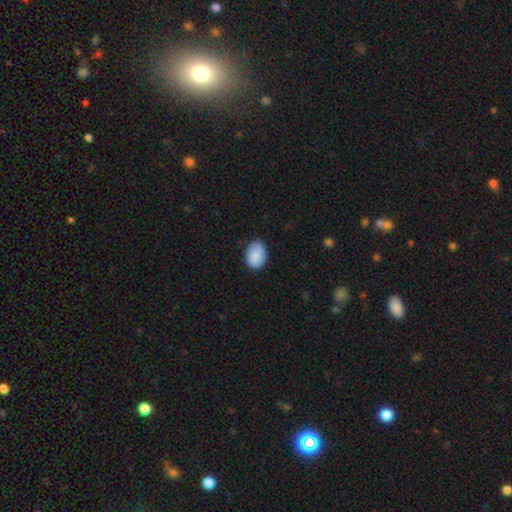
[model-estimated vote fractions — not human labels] smooth_or_featured: smooth (p=0.88) [alt: star or artifact p=0.06]
how_rounded: in between (p=0.79) [alt: round p=0.20]
merging: none (p=0.80) [alt: minor disturbance p=0.17]